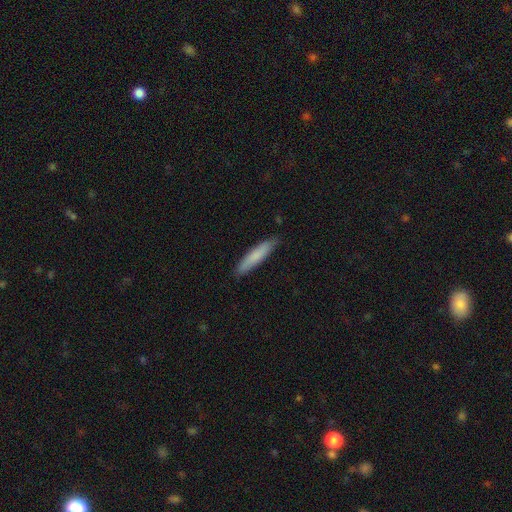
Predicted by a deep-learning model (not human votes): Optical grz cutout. It shows a smooth galaxy with no disk features (78%) that is cigar-shaped (88%). Merging: none (87%).